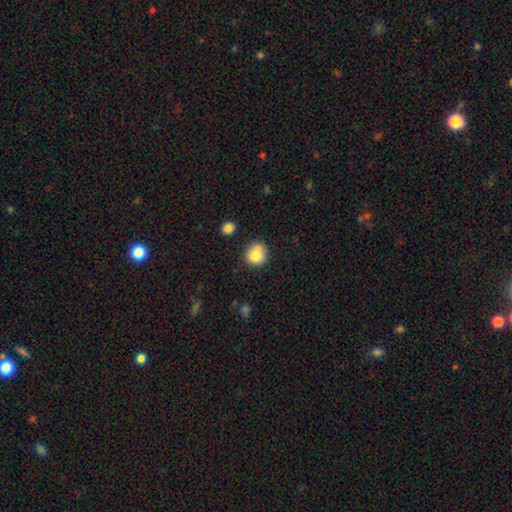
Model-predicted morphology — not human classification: A smooth galaxy with no disk features (77%) that is round (85%).

Vote fractions:
- Smooth or featured? smooth: 77% / featured or disk: 13% / star or artifact: 9%
- How rounded? round: 85% / in between: 14% / cigar-shaped: 1%
- Merging? none: 54% / merger: 26% / minor disturbance: 15% / major disturbance: 5%